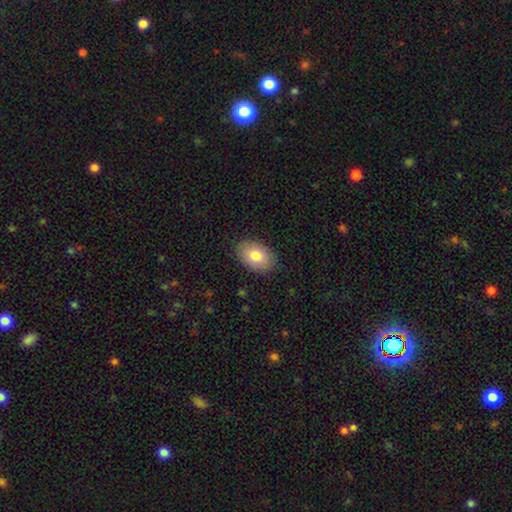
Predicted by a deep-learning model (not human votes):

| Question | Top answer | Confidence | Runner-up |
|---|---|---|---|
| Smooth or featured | smooth | 81% | featured or disk (12%) |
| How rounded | in between | 89% | round (9%) |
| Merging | none | 87% | minor disturbance (10%) |